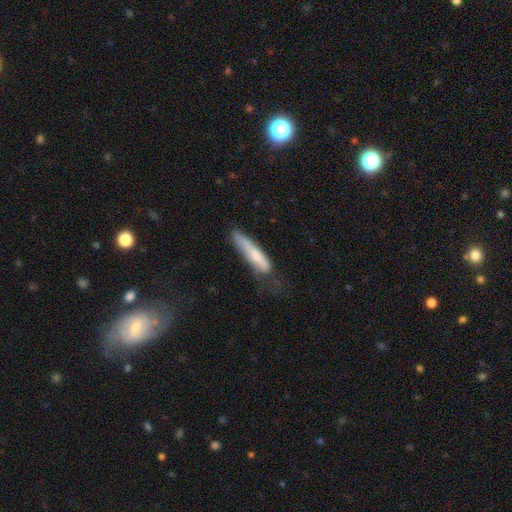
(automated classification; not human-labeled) smooth 67%, featured or disk 27%, star or artifact 6%. Down the decision tree: how rounded — cigar-shaped (84%); merging — none (44%).